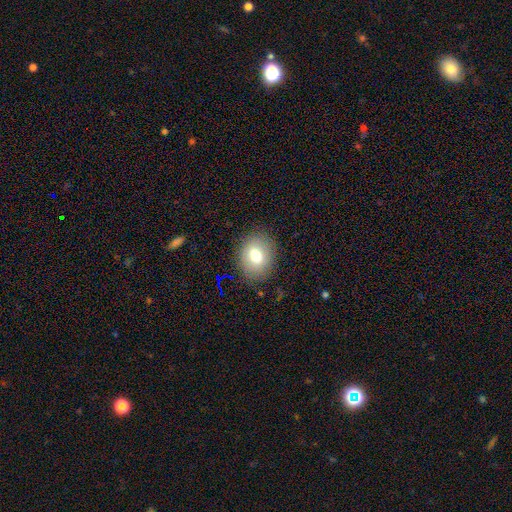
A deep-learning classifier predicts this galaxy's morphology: A smooth galaxy with no disk features (74%) that is in between round and cigar-shaped (56%).

Vote fractions:
- Smooth or featured? smooth: 74% / featured or disk: 16% / star or artifact: 10%
- How rounded? in between: 56% / round: 43% / cigar-shaped: 1%
- Merging? none: 85% / minor disturbance: 10% / major disturbance: 4% / merger: 1%